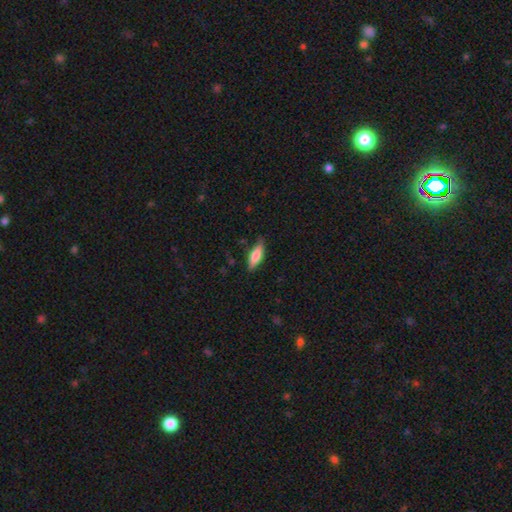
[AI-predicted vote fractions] Morphology: type=smooth (73%); roundness=in between (57%); merging=none (77%).